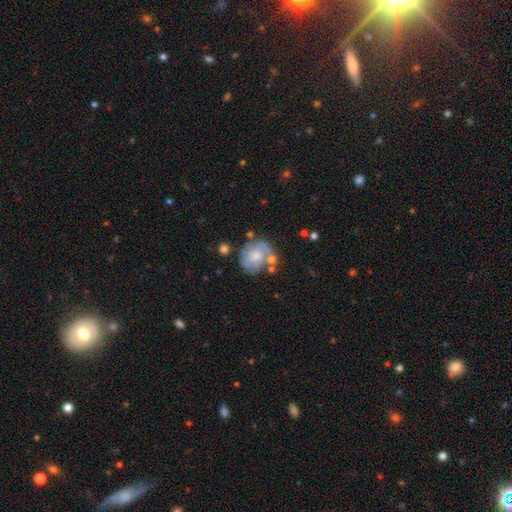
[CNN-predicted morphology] A featured or disk galaxy (65%) with no bar (75%), spiral arms (74%) and a moderate central bulge (42%).

Vote fractions:
- Smooth or featured? featured or disk: 65% / smooth: 29% / star or artifact: 6%
- Edge-on disk? no: 98% / yes: 2%
- Bar? no: 75% / weak: 22% / strong: 3%
- Spiral arms? yes: 74% / no: 26%
- Bulge size? moderate: 42% / small: 30% / none: 15% / large: 11% / dominant: 2%
- Merging? none: 50% / minor disturbance: 23% / major disturbance: 15% / merger: 13%